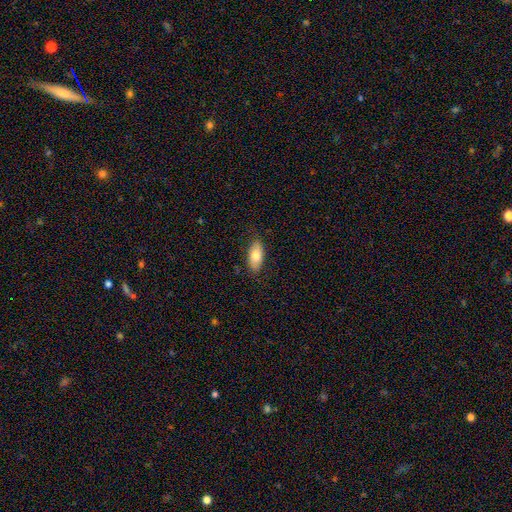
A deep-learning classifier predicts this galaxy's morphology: Smooth or featured?
  - smooth: 74% *
  - featured or disk: 19%
  - star or artifact: 6%
How rounded?
  - in between: 90% *
  - cigar-shaped: 8%
  - round: 3%
Merging?
  - none: 84% *
  - minor disturbance: 13%
  - major disturbance: 2%
  - merger: 1%